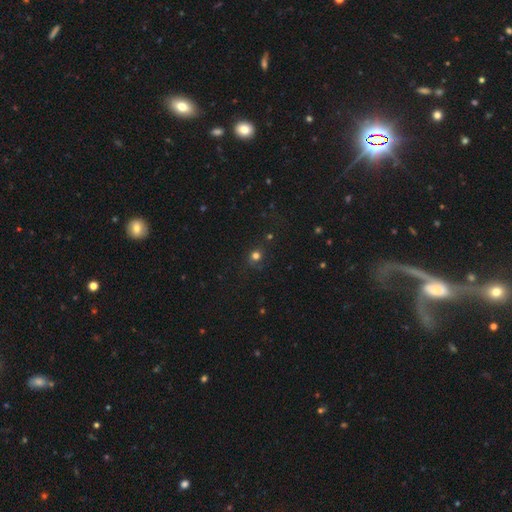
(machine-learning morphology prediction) Smooth or featured: smooth — 73% (star or artifact — 21%)
How rounded: round — 87% (in between — 12%)
Merging: none — 81% (minor disturbance — 11%)